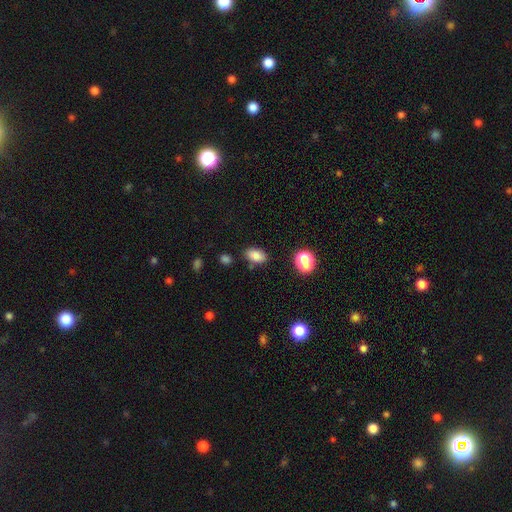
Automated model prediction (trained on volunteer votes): Smooth or featured? Predicted: smooth (p=0.83). How rounded? Predicted: in between (p=0.88). Merging? Predicted: none (p=0.80).